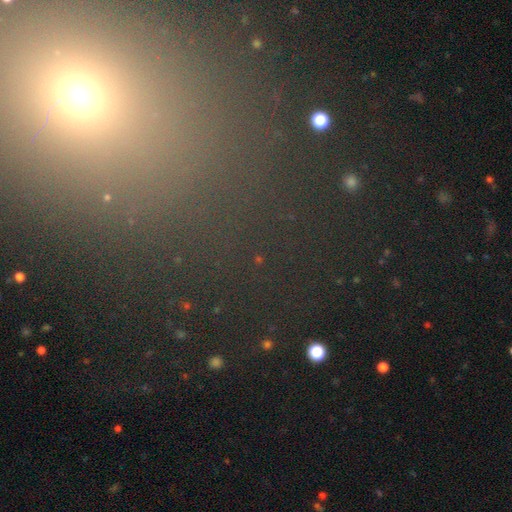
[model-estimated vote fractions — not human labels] Smooth or featured? star or artifact (55%)